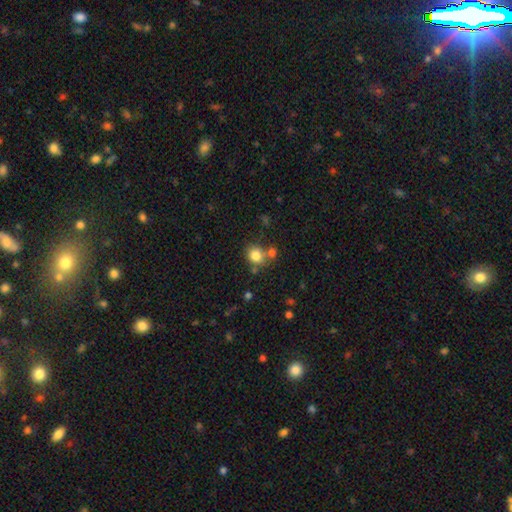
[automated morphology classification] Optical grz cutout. It shows a smooth galaxy with no disk features (81%) that is round (74%). Merging: none (61%).